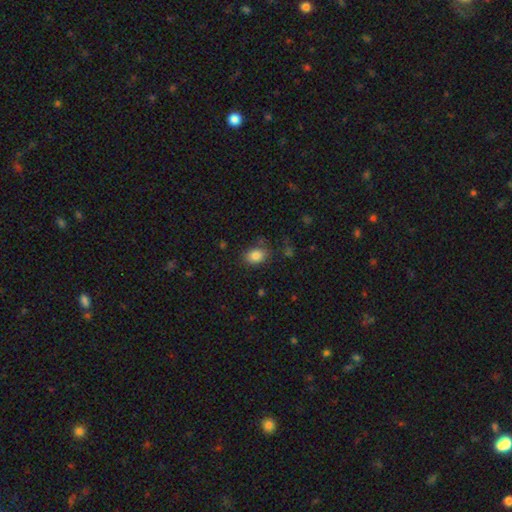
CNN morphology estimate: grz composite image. It shows a smooth galaxy with no disk features (84%) that is in between round and cigar-shaped (74%). Merging: none (79%).